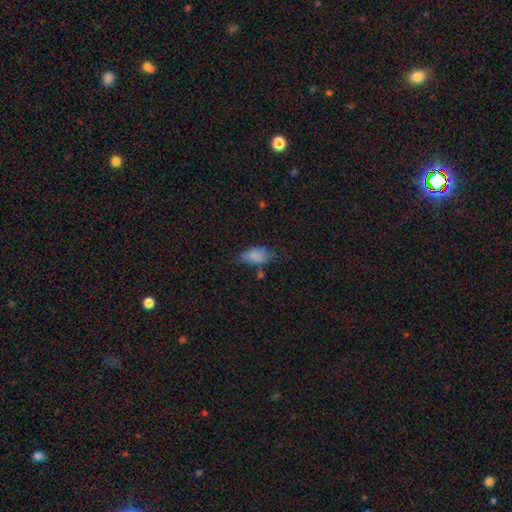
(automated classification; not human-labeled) A smooth galaxy with no disk features (80%) that is in between round and cigar-shaped (88%).

Vote fractions:
- Smooth or featured? smooth: 80% / featured or disk: 11% / star or artifact: 9%
- How rounded? in between: 88% / cigar-shaped: 7% / round: 4%
- Merging? none: 47% / minor disturbance: 34% / major disturbance: 14% / merger: 5%